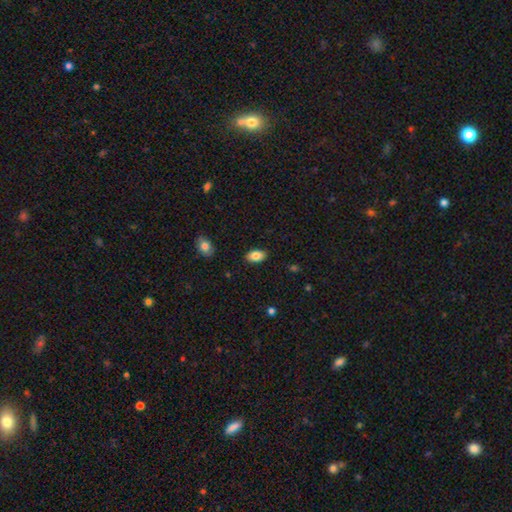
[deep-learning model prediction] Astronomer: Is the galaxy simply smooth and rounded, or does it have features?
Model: smooth — 83%.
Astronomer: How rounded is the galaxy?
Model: in between — 93%.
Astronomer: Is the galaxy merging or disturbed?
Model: none — 88%.